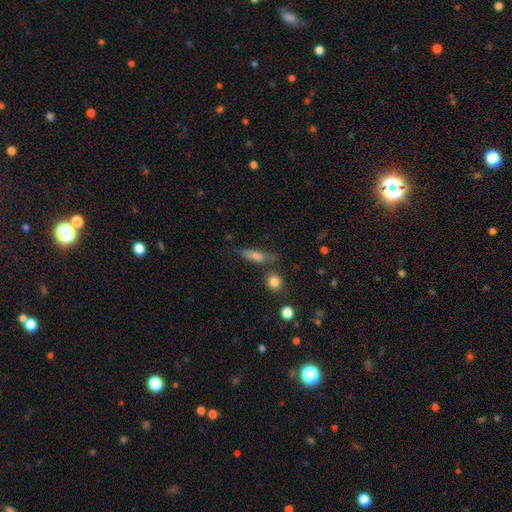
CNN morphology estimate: type=smooth (59%); roundness=cigar-shaped (59%); merging=none (65%).